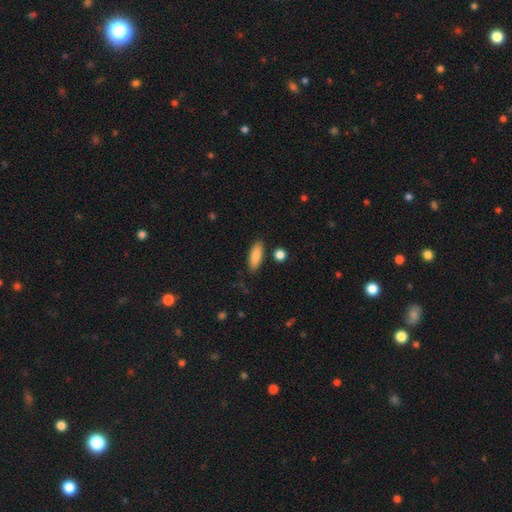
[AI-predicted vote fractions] Smooth or featured: smooth — 84% (featured or disk — 9%)
How rounded: in between — 67% (cigar-shaped — 31%)
Merging: none — 84% (minor disturbance — 10%)